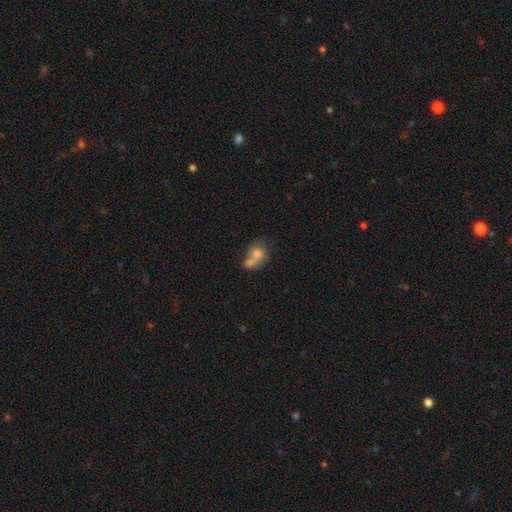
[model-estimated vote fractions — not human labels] Overall: smooth (69%). How rounded: in between (54%; round 44%). Merging: merger (58%; none 21%).